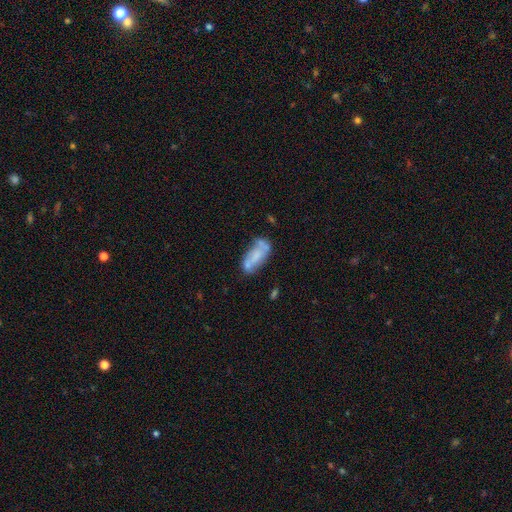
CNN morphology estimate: Smooth or featured: featured or disk — 49% (smooth — 43%)
Merging: none — 45% (minor disturbance — 25%)